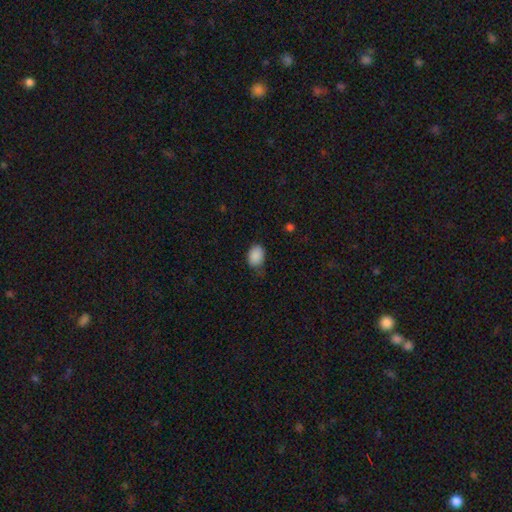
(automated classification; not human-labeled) Smooth or featured? smooth (88%)
How rounded? in between (79%)
Merging? none (63%)